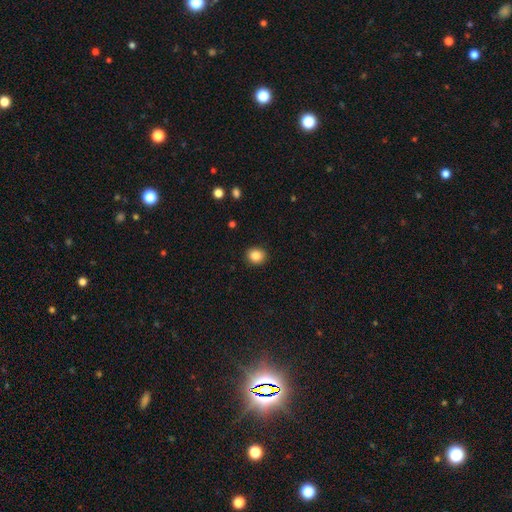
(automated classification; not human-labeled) smooth_or_featured: smooth (p=0.86) [alt: star or artifact p=0.10]
how_rounded: round (p=0.79) [alt: in between p=0.20]
merging: none (p=0.91) [alt: minor disturbance p=0.06]